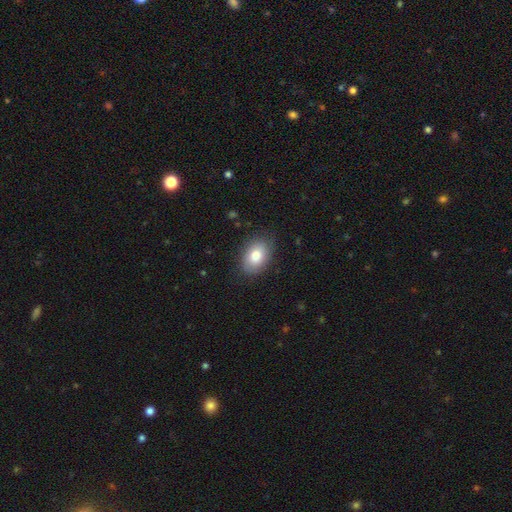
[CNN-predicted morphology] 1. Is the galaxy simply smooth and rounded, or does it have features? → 80% smooth, 13% featured or disk, 7% star or artifact.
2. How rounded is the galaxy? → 86% in between, 13% round, 1% cigar-shaped.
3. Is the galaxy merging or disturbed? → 82% none, 14% minor disturbance, 3% major disturbance, 1% merger.